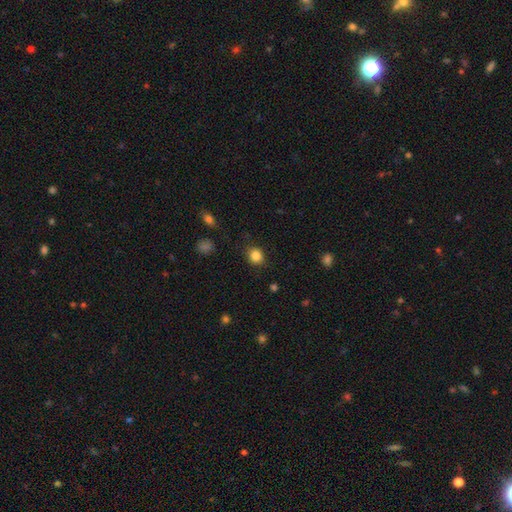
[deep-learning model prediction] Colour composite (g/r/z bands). It shows a smooth galaxy with no disk features (85%) that is round (74%). Merging: none (85%).